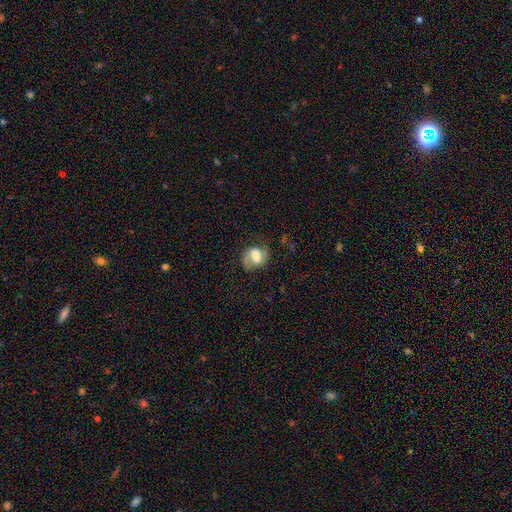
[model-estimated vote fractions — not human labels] Smooth or featured? Predicted: smooth (p=0.50). Merging? Predicted: none (p=0.53).